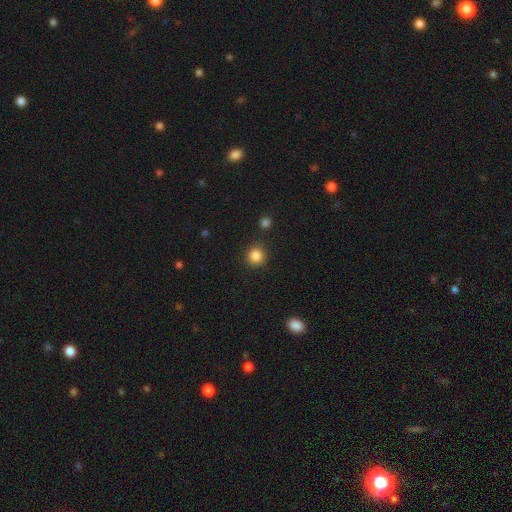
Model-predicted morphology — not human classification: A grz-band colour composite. It shows a smooth galaxy with no disk features (85%) that is round (93%). Merging: none (88%).